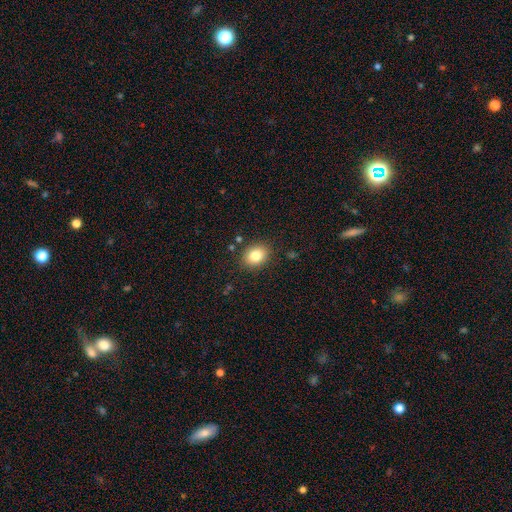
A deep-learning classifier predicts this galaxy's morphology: smooth 82%, star or artifact 10%, featured or disk 8%. Down the decision tree: how rounded — in between (53%); merging — none (87%).